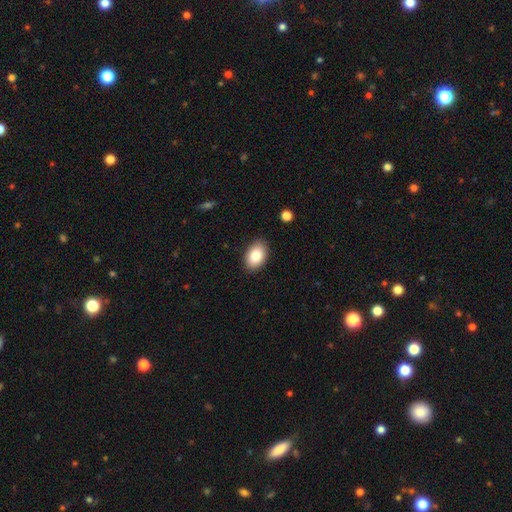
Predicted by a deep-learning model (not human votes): A smooth galaxy with no disk features (84%) that is in between round and cigar-shaped (89%). Merging: none (87%).